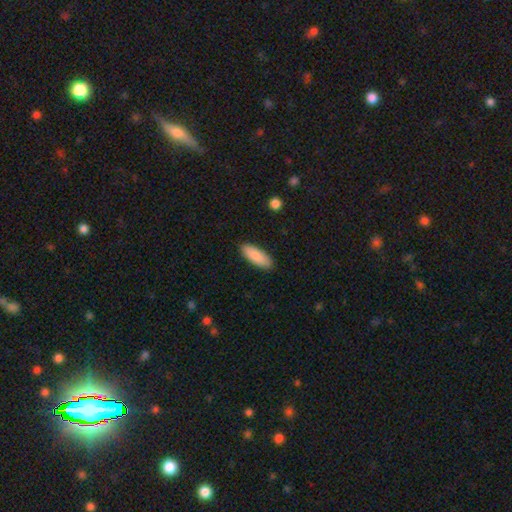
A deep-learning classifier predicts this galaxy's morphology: Smooth or featured: smooth — 89% (star or artifact — 6%)
How rounded: in between — 71% (cigar-shaped — 28%)
Merging: none — 88% (minor disturbance — 9%)